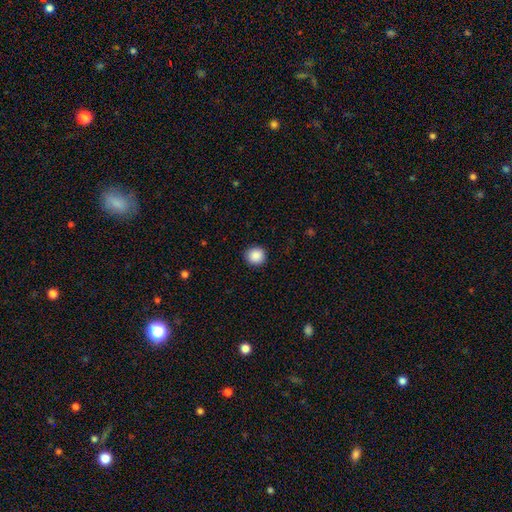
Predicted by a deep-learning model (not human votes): The model was most divided on "smooth or featured": smooth: 89%, star or artifact: 9%, featured or disk: 3%. More confident: how rounded — round (91%); merging — none (91%).